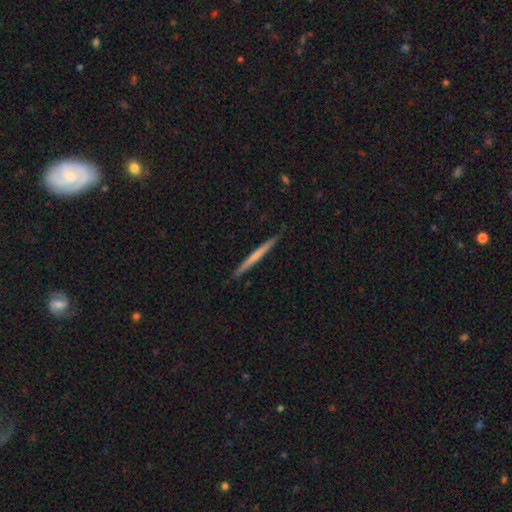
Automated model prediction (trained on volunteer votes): A smooth galaxy with no disk features (51%) that is cigar-shaped (97%). Merging: none (91%).